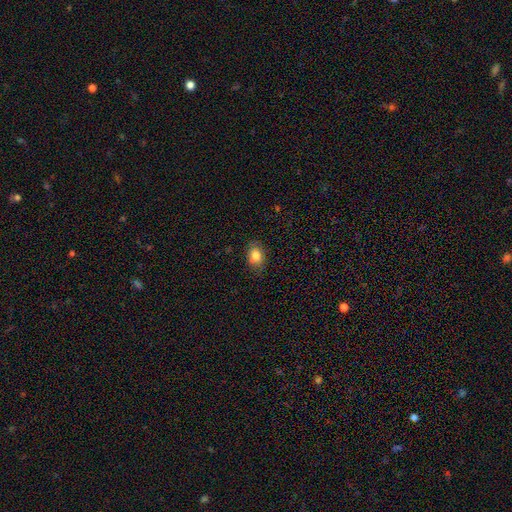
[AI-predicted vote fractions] A smooth galaxy with no disk features (83%) that is in between round and cigar-shaped (74%). Merging: none (80%).